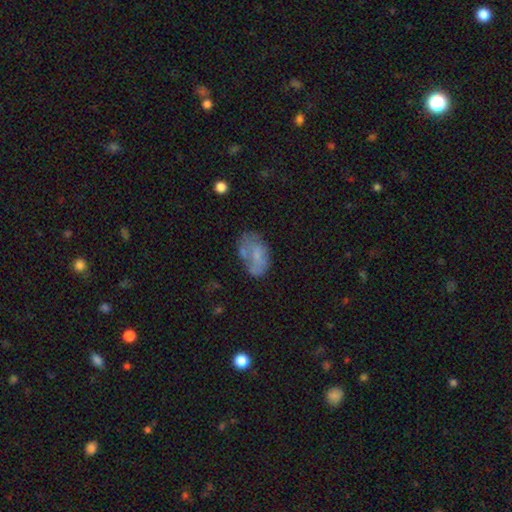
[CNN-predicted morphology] Smooth or featured? Predicted: smooth (p=0.55). How rounded? Predicted: in between (p=0.90). Merging? Predicted: none (p=0.43).